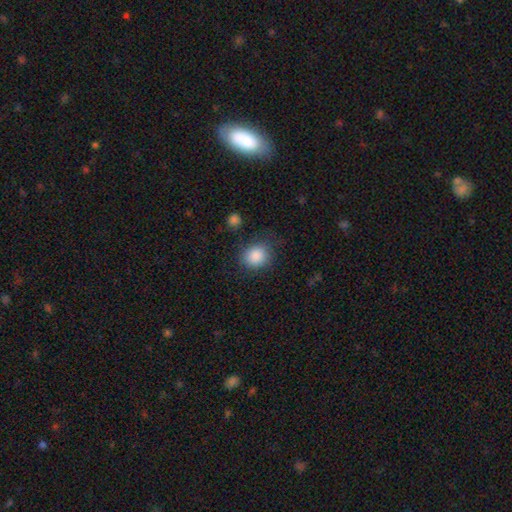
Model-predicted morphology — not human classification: Smooth or featured? Predicted: smooth (p=0.87). How rounded? Predicted: round (p=0.65). Merging? Predicted: none (p=0.76).